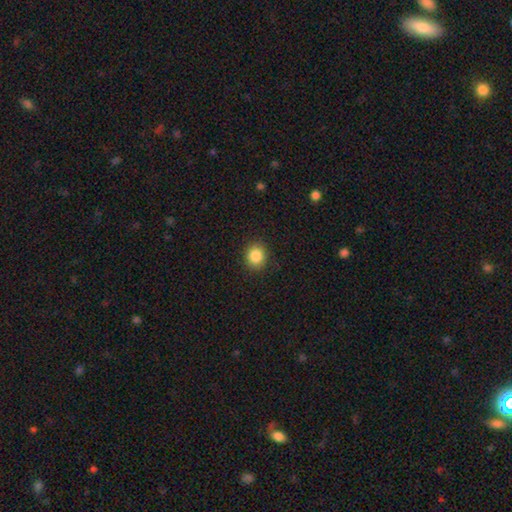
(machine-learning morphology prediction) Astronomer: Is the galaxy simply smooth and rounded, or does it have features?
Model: smooth — 85%.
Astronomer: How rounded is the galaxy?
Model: round — 76%.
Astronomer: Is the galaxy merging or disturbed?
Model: none — 89%.